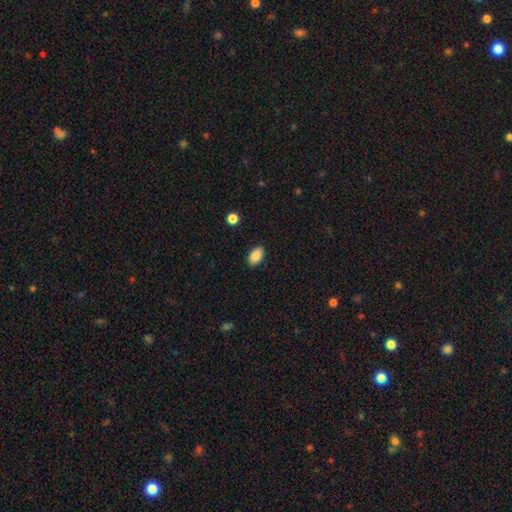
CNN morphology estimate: type=smooth (88%); roundness=in between (92%); merging=none (88%).